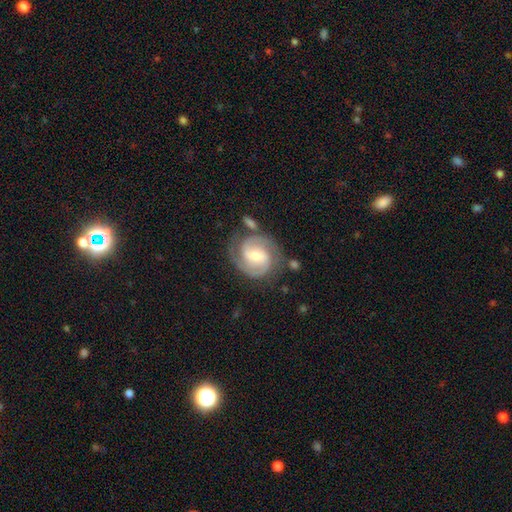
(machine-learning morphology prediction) type=featured or disk (88%); edge-on=no (98%); bar=weak (50%); spiral arms=yes (97%); winding=tight (50%); arm count=2 (86%); bulge=moderate (64%); merging=none (74%).